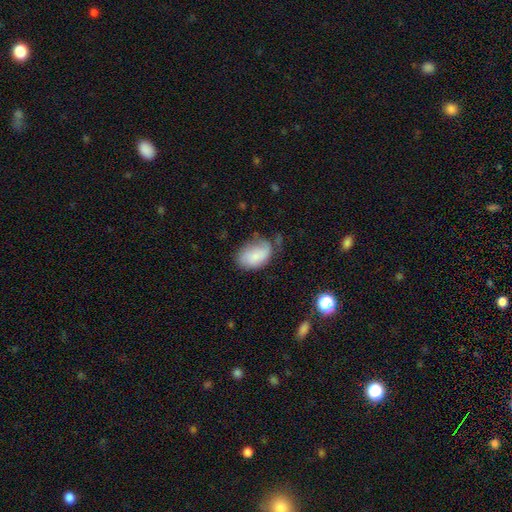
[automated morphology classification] smooth-or-featured: smooth: 76% | featured or disk: 16% | star or artifact: 7%
  how-rounded: in between: 88% | round: 11% | cigar-shaped: 1%
  merging: none: 45% | minor disturbance: 36% | major disturbance: 16% | merger: 4%